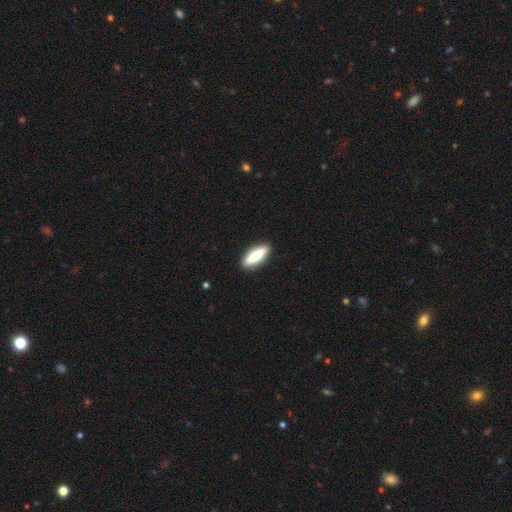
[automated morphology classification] Smooth or featured?
  - smooth: 68% *
  - featured or disk: 26%
  - star or artifact: 6%
How rounded?
  - cigar-shaped: 62% *
  - in between: 36%
  - round: 2%
Merging?
  - none: 91% *
  - minor disturbance: 7%
  - major disturbance: 2%
  - merger: 1%